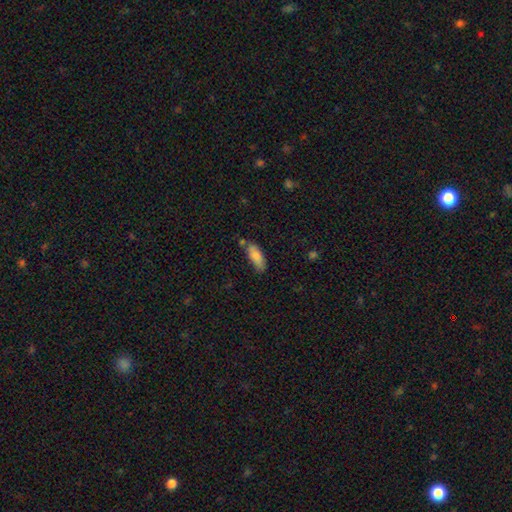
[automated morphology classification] smooth 83%, featured or disk 10%, star or artifact 7%. Down the decision tree: how rounded — in between (63%); merging — none (65%).